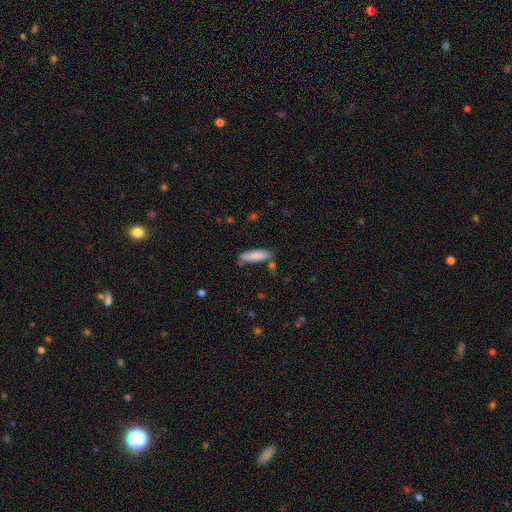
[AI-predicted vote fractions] A smooth galaxy with no disk features (83%) that is cigar-shaped (62%).

Vote fractions:
- Smooth or featured? smooth: 83% / featured or disk: 11% / star or artifact: 6%
- How rounded? cigar-shaped: 62% / in between: 37% / round: 1%
- Merging? none: 70% / minor disturbance: 18% / merger: 7% / major disturbance: 4%